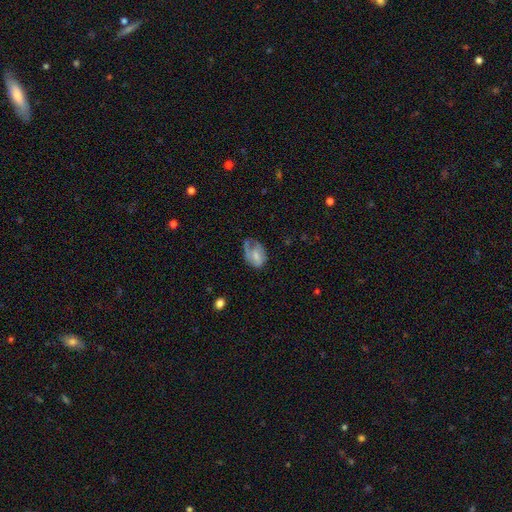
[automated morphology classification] A smooth galaxy with no disk features (52%) that is in between round and cigar-shaped (80%). Merging: minor disturbance (33%, tied with none).